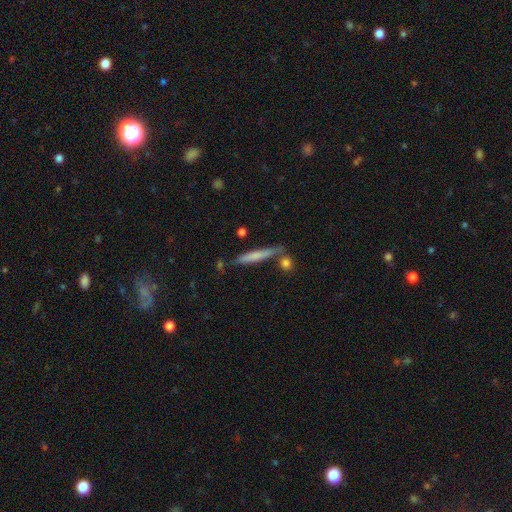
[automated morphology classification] Overall: smooth (60%; featured or disk 33%). How rounded: cigar-shaped (93%). Merging: none (74%).